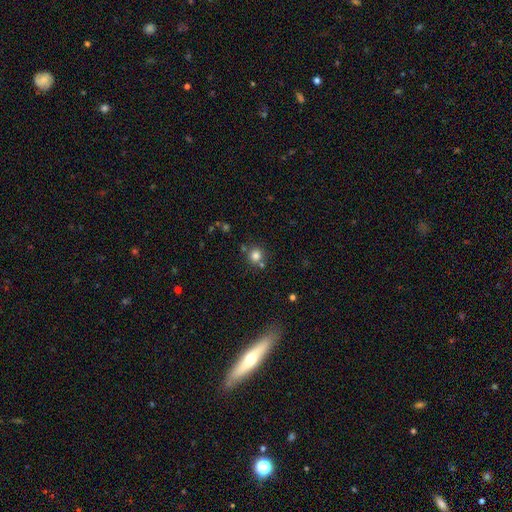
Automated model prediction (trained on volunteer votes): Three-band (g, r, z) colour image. It shows a smooth galaxy with no disk features (80%) that is round (92%). Merging: none (75%).